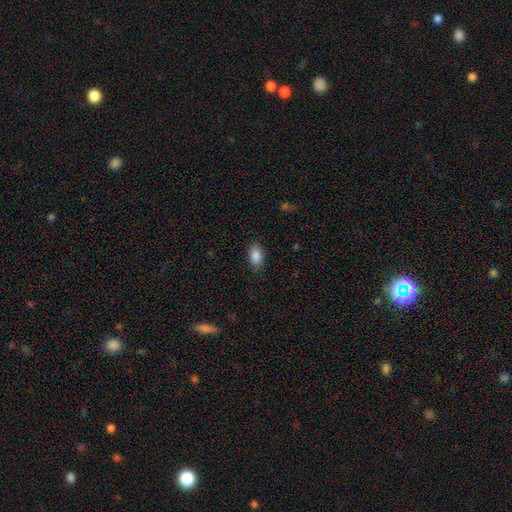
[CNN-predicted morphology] A smooth galaxy with no disk features (88%) that is in between round and cigar-shaped (91%). Merging: none (85%).